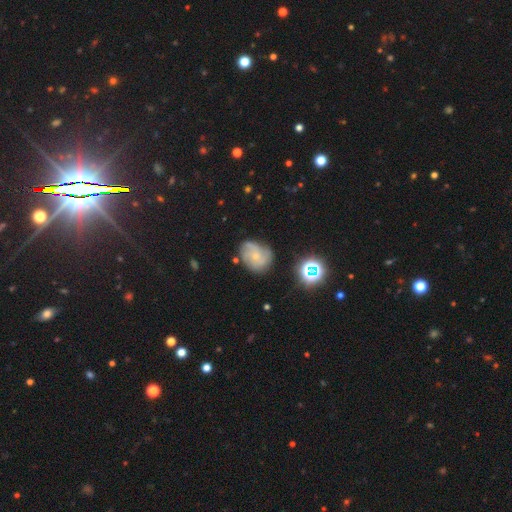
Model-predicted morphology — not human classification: Smooth or featured: featured or disk — 60% (smooth — 28%)
Edge-on disk: no — 98% (yes — 2%)
Bar: no — 79% (weak — 18%)
Spiral arms: yes — 85% (no — 15%)
Bulge size: small — 76% (moderate — 18%)
Merging: none — 61% (minor disturbance — 25%)